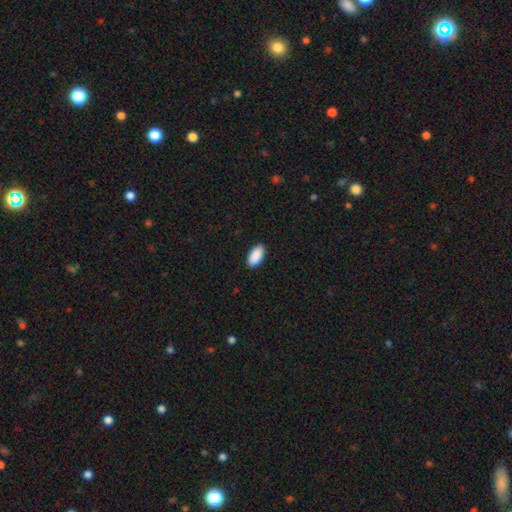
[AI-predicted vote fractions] This appears to be a smooth galaxy with no disk features (91%) that is in between round and cigar-shaped (95%). Merging: none (90%).